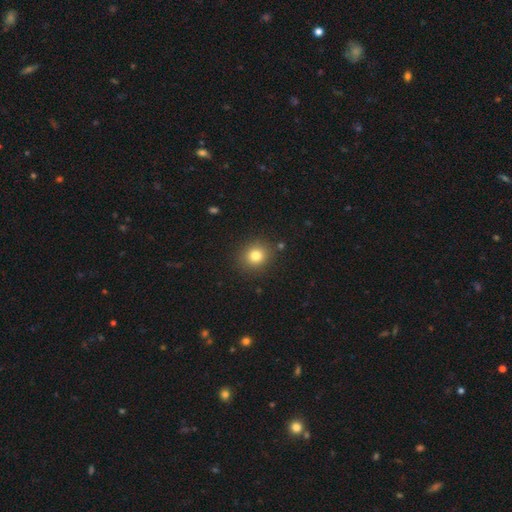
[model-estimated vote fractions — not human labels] Smooth or featured?
  - smooth: 80% *
  - star or artifact: 12%
  - featured or disk: 7%
How rounded?
  - round: 82% *
  - in between: 17%
  - cigar-shaped: 1%
Merging?
  - none: 88% *
  - minor disturbance: 8%
  - major disturbance: 3%
  - merger: 2%